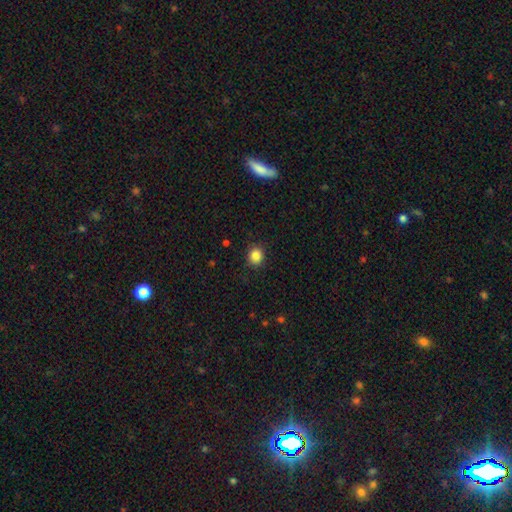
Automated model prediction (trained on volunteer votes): Smooth or featured? smooth (85%)
How rounded? round (80%)
Merging? none (89%)